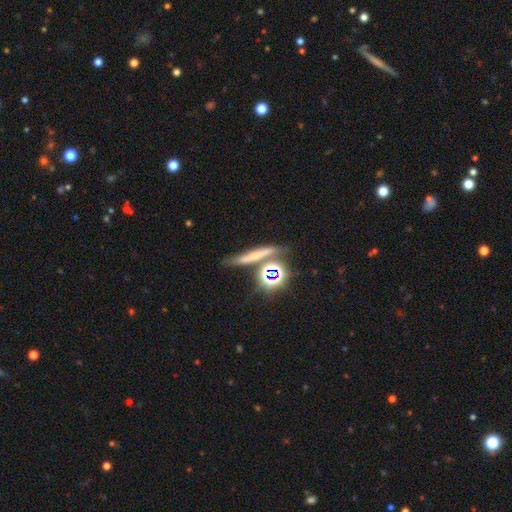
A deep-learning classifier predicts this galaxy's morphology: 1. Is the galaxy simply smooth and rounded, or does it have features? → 48% smooth, 29% star or artifact, 23% featured or disk.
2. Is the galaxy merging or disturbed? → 65% none, 16% merger, 13% minor disturbance, 6% major disturbance.